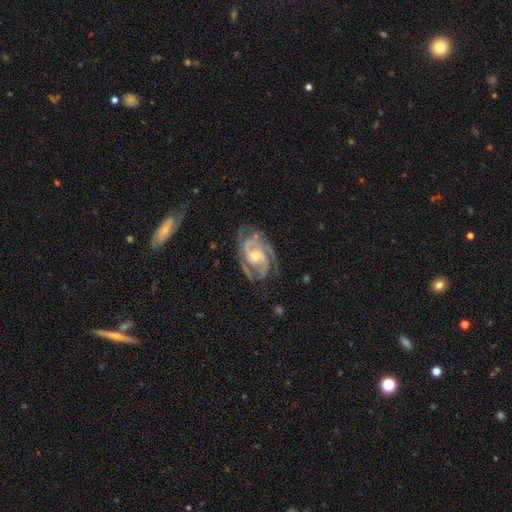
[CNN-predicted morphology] smooth-or-featured: featured or disk: 91% | smooth: 4% | star or artifact: 4%
  disk-edge-on: no: 97% | yes: 3%
    bar: no: 53% | weak: 36% | strong: 11%
    has-spiral-arms: yes: 98% | no: 2%
      spiral-winding: tight: 52% | medium: 41% | loose: 7%
      spiral-arm-count: 2: 52% | 3: 28% | can't tell: 9% | 4: 4% | 1: 3% | more than 4: 3%
    bulge-size: moderate: 55% | small: 38% | large: 4% | none: 2% | dominant: 1%
  merging: none: 69% | minor disturbance: 20% | major disturbance: 9% | merger: 2%